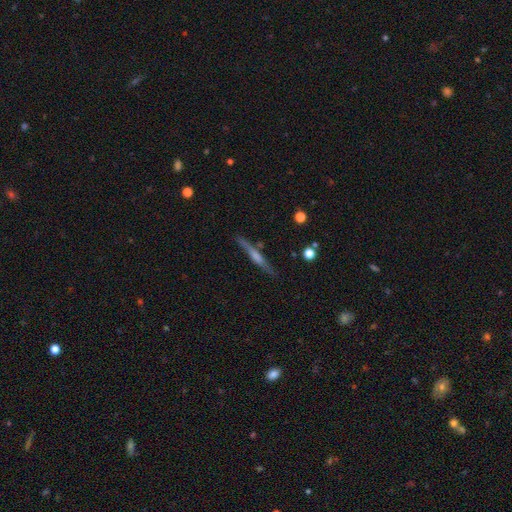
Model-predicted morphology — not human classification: smooth_or_featured: featured or disk (p=0.64) [alt: smooth p=0.29]
disk_edge_on: yes (p=0.96) [alt: no p=0.04]
edge_on_bulge: rounded (p=0.46) [alt: none p=0.36]
merging: none (p=0.86) [alt: minor disturbance p=0.10]